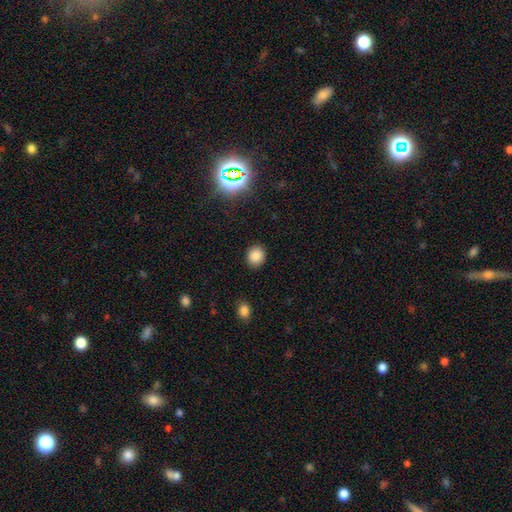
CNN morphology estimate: smooth 85%, star or artifact 12%, featured or disk 4%. Down the decision tree: how rounded — round (74%); merging — none (89%).